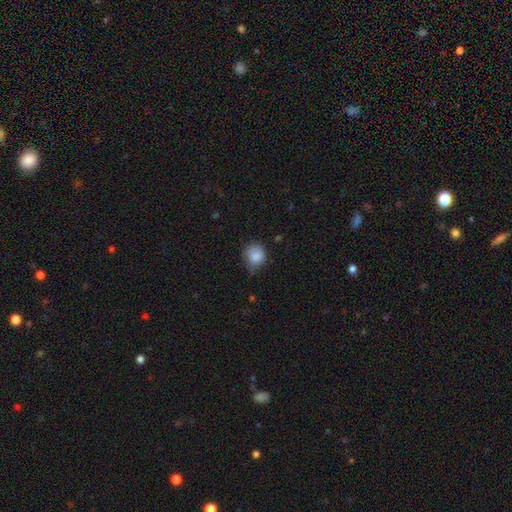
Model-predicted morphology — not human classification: Smooth or featured: smooth — 84% (star or artifact — 9%)
How rounded: round — 73% (in between — 26%)
Merging: none — 47% (minor disturbance — 41%)